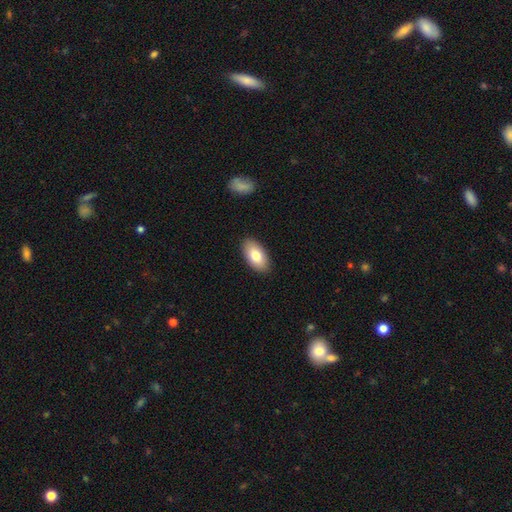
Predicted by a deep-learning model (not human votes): Smooth or featured: smooth — 80% (featured or disk — 14%)
How rounded: in between — 94% (round — 3%)
Merging: none — 89% (minor disturbance — 8%)